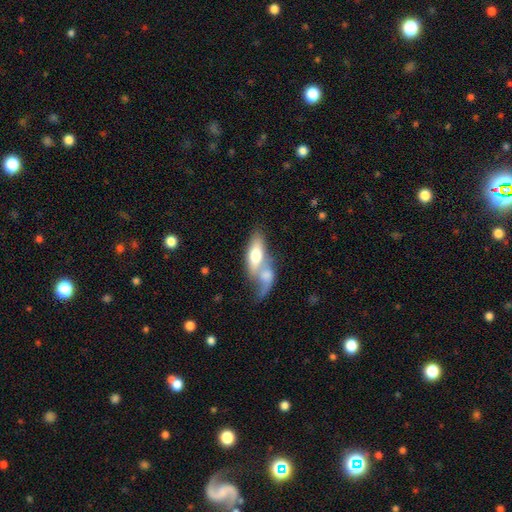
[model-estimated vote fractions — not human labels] Overall: smooth (61%; featured or disk 33%). How rounded: in between (72%). Merging: merger (68%).